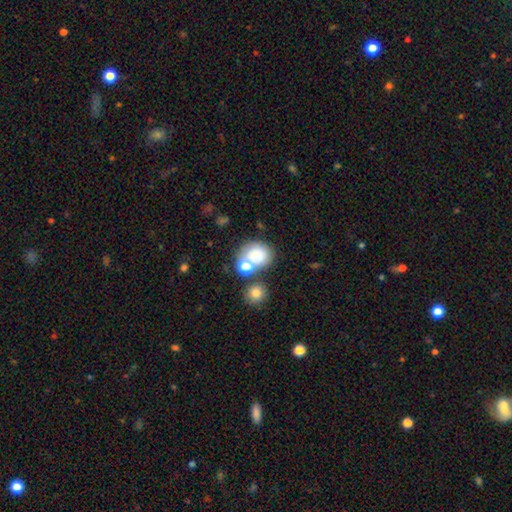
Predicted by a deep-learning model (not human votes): Smooth or featured?
  - smooth: 75% *
  - featured or disk: 13%
  - star or artifact: 12%
How rounded?
  - round: 63% *
  - in between: 36%
  - cigar-shaped: 1%
Merging?
  - none: 46% *
  - merger: 33%
  - minor disturbance: 13%
  - major disturbance: 7%